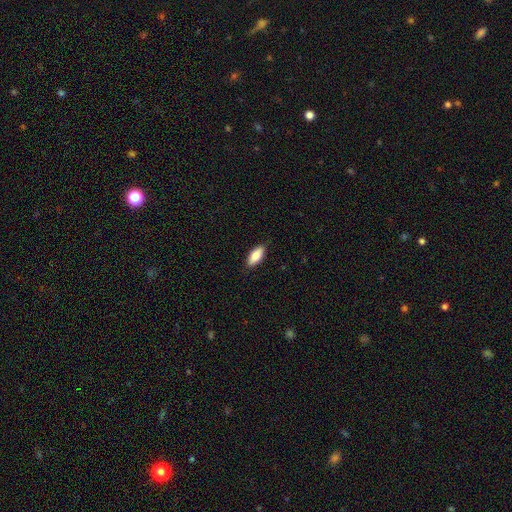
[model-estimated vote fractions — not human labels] Smooth or featured: smooth — 87% (featured or disk — 7%)
How rounded: in between — 84% (cigar-shaped — 14%)
Merging: none — 87% (minor disturbance — 10%)